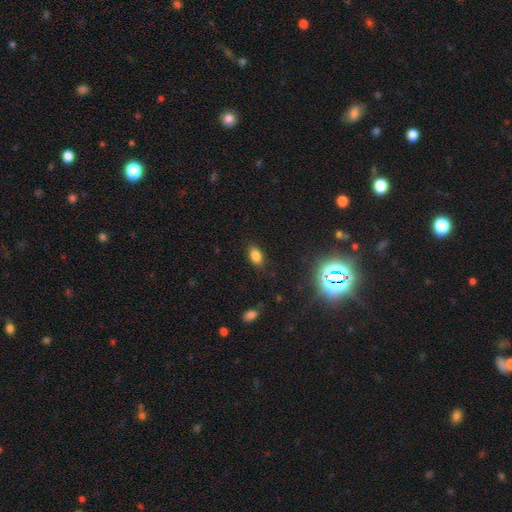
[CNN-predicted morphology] The model was most divided on "smooth or featured": smooth: 79%, star or artifact: 15%, featured or disk: 6%. More confident: how rounded — in between (88%); merging — none (84%).